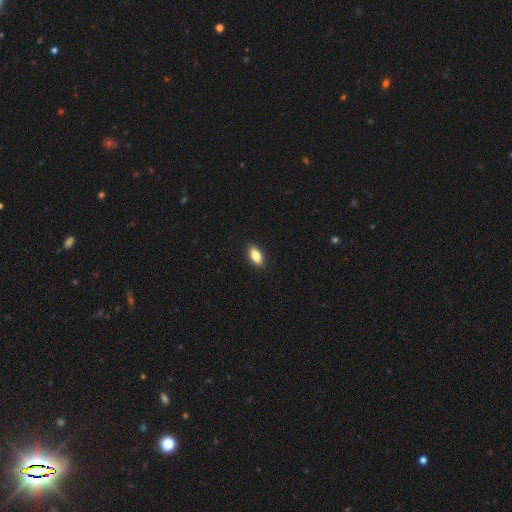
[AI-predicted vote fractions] A smooth galaxy with no disk features (83%) that is in between round and cigar-shaped (87%).

Vote fractions:
- Smooth or featured? smooth: 83% / featured or disk: 10% / star or artifact: 7%
- How rounded? in between: 87% / cigar-shaped: 9% / round: 4%
- Merging? none: 89% / minor disturbance: 8% / major disturbance: 2% / merger: 1%